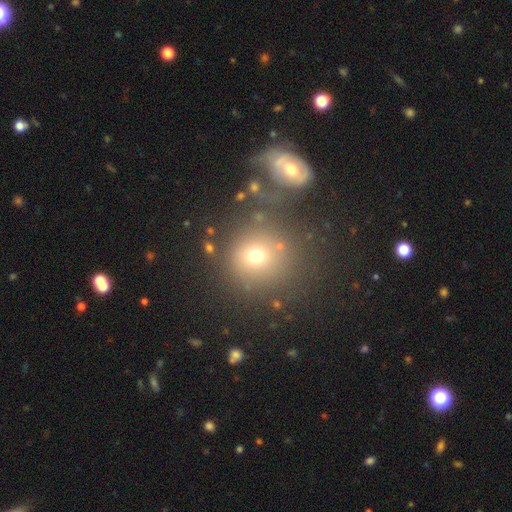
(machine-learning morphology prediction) The model was most divided on "merging": none: 67%, merger: 14%, minor disturbance: 12%, major disturbance: 8%. More confident: how rounded — round (87%); smooth or featured — smooth (70%).